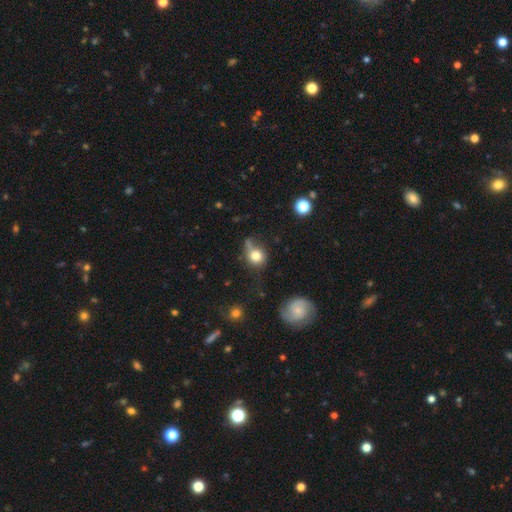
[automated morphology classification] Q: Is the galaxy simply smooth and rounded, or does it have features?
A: smooth — 76%.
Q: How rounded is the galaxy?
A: round — 74%.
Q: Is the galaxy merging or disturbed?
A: none — 47%.